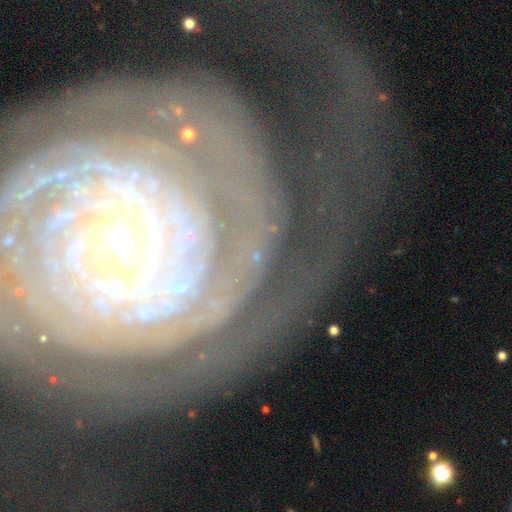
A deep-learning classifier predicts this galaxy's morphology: Smooth or featured? Predicted: featured or disk (p=0.86). Edge-on disk? Predicted: no (p=0.96). Bar? Predicted: no (p=0.67). Spiral arms? Predicted: yes (p=0.95). Spiral winding? Predicted: tight (p=0.76). Spiral arm count? Predicted: can't tell (p=0.27). Bulge size? Predicted: moderate (p=0.50). Merging? Predicted: none (p=0.64).